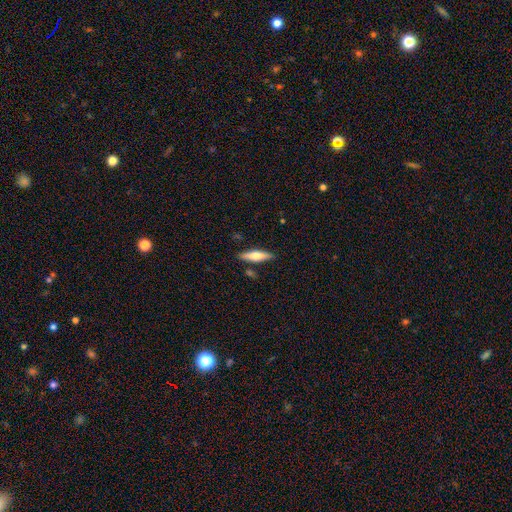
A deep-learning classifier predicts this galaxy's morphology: This appears to be a smooth galaxy with no disk features (55%) that is cigar-shaped (71%). Merging: none (84%).